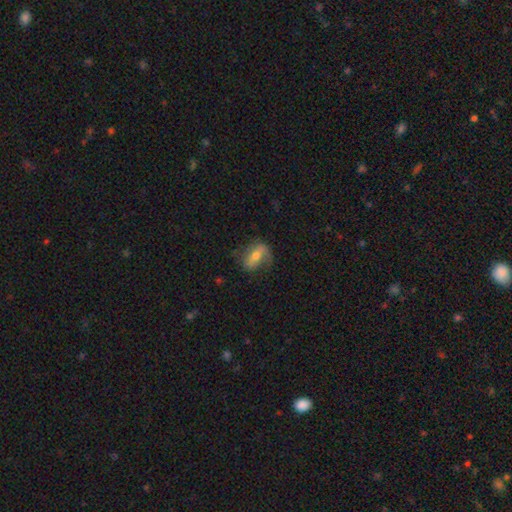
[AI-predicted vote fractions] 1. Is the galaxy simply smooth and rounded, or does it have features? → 53% featured or disk, 39% smooth, 8% star or artifact.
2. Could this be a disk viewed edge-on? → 89% no, 11% yes.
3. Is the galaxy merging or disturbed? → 63% none, 23% minor disturbance, 13% major disturbance, 2% merger.